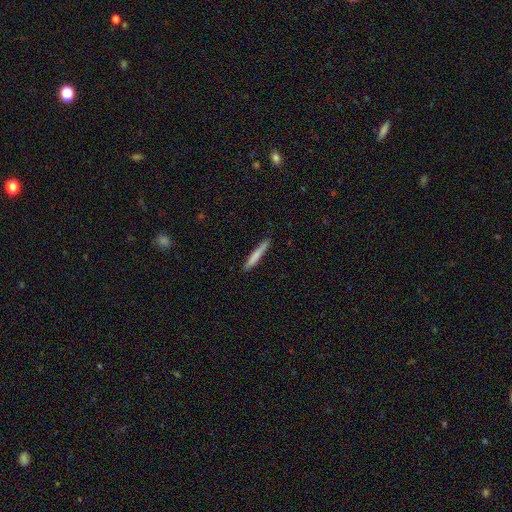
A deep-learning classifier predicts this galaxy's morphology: This is likely a smooth galaxy (76%). How rounded: clearly cigar-shaped (95%). Merging: clearly none (87%).